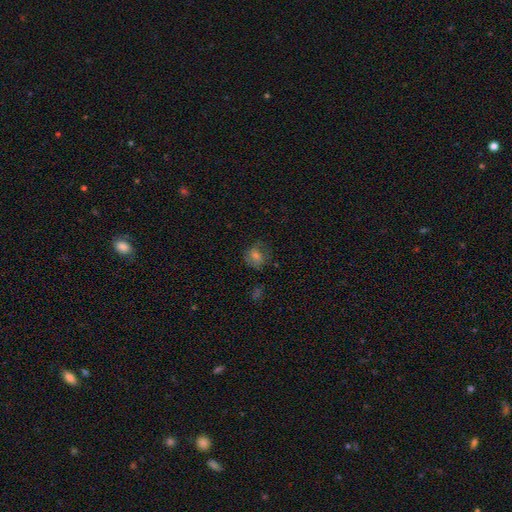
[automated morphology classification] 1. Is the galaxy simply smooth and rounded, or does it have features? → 59% smooth, 25% featured or disk, 15% star or artifact.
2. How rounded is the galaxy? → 71% round, 27% in between, 1% cigar-shaped.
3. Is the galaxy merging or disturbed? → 70% none, 20% minor disturbance, 9% major disturbance, 2% merger.